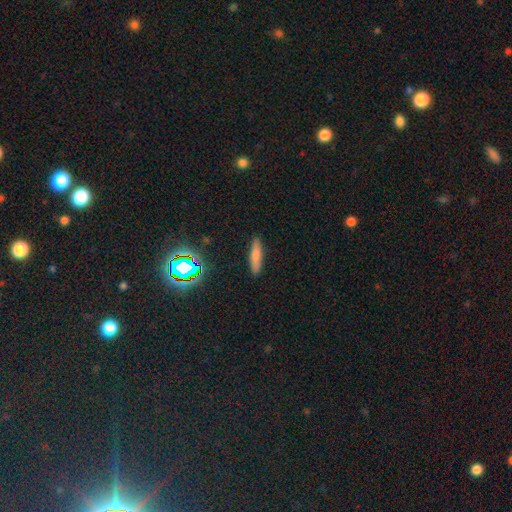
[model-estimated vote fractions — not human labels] Smooth or featured? smooth (75%)
How rounded? cigar-shaped (75%)
Merging? none (88%)